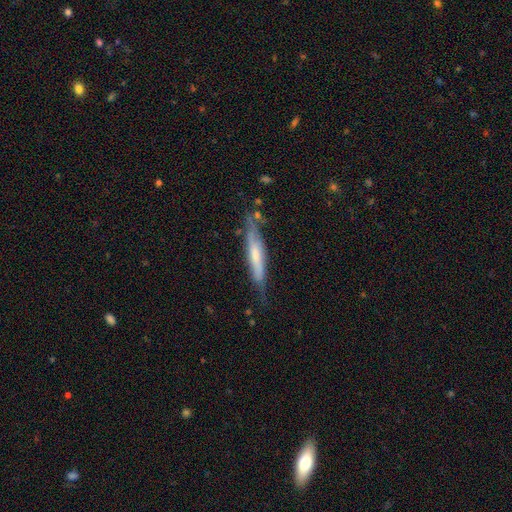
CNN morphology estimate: type=featured or disk (50%); edge-on=yes (80%); merging=none (63%).